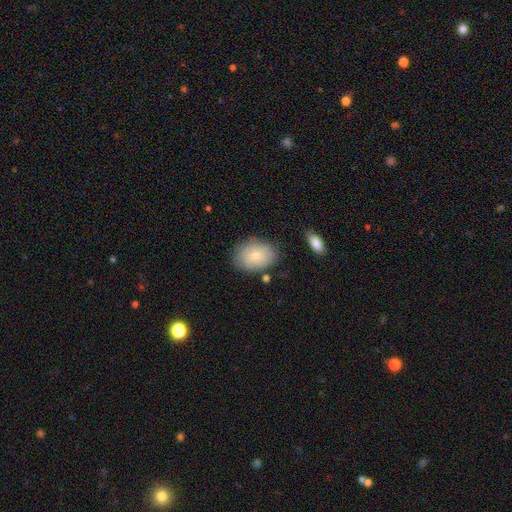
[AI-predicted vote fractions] Q: Smooth or featured?
A: smooth (76%); runner-up: featured or disk (17%)
Q: How rounded?
A: in between (77%); runner-up: round (22%)
Q: Merging?
A: none (74%); runner-up: minor disturbance (18%)